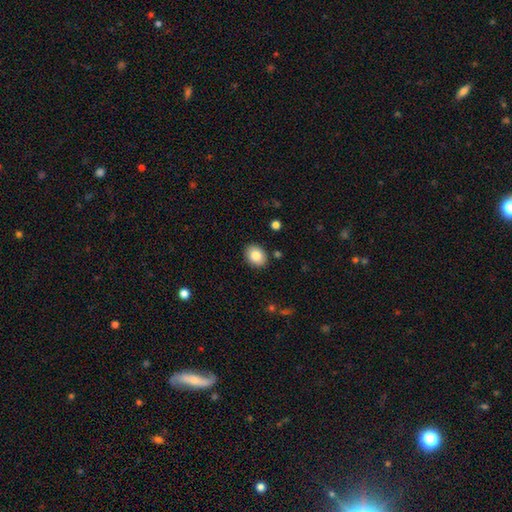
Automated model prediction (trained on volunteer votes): A smooth galaxy with no disk features (82%) that is in between round and cigar-shaped (60%). Merging: none (88%).